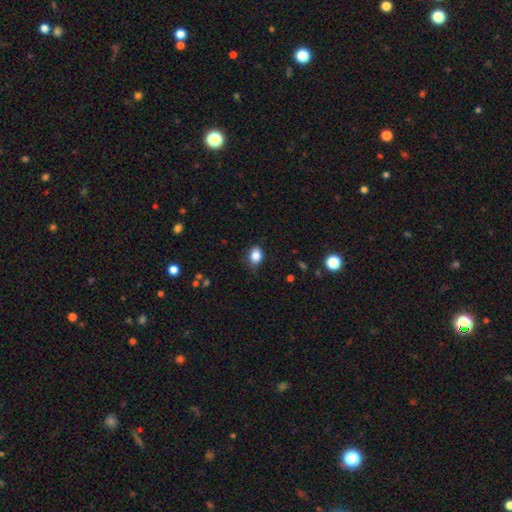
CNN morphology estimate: smooth-or-featured: smooth: 85% | star or artifact: 10% | featured or disk: 5%
  how-rounded: in between: 62% | round: 37% | cigar-shaped: 1%
  merging: none: 78% | minor disturbance: 18% | major disturbance: 3% | merger: 1%